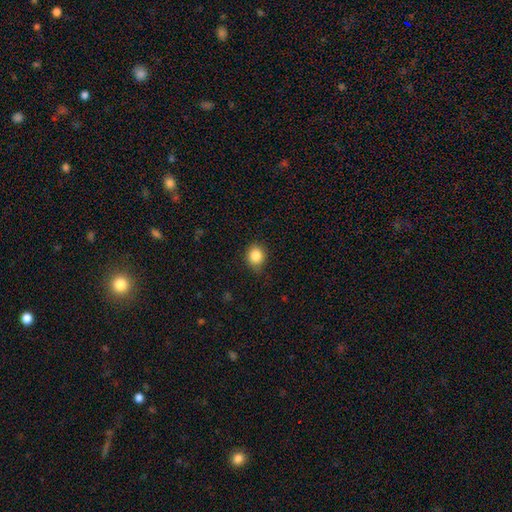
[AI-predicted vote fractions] The model was most divided on "how rounded": round: 71%, in between: 28%, cigar-shaped: 1%. More confident: smooth or featured — smooth (85%); merging — none (80%).